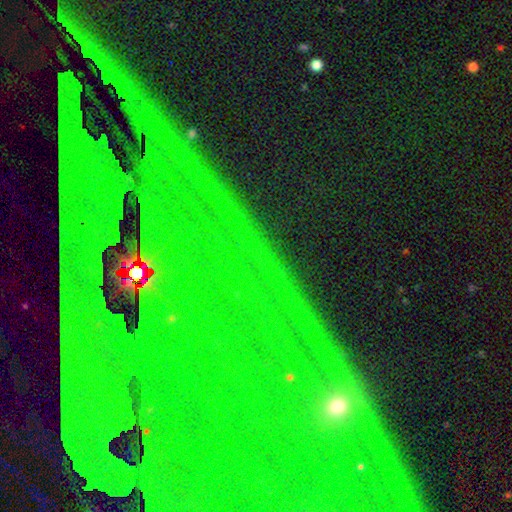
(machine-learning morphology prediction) Smooth or featured?
  - star or artifact: 81% *
  - featured or disk: 11%
  - smooth: 8%